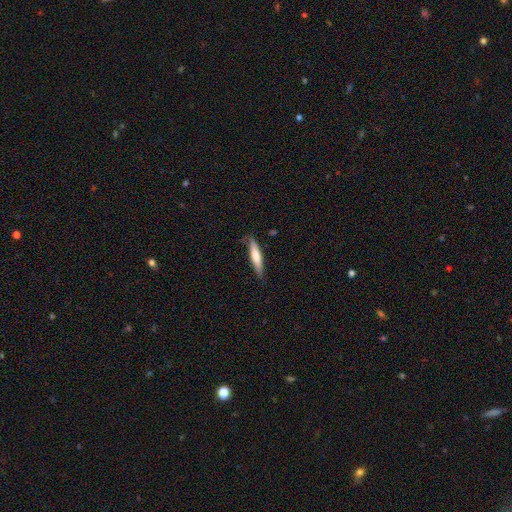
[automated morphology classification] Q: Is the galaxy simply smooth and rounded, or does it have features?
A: smooth — 64%.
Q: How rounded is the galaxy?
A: cigar-shaped — 86%.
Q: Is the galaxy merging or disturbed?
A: none — 77%.